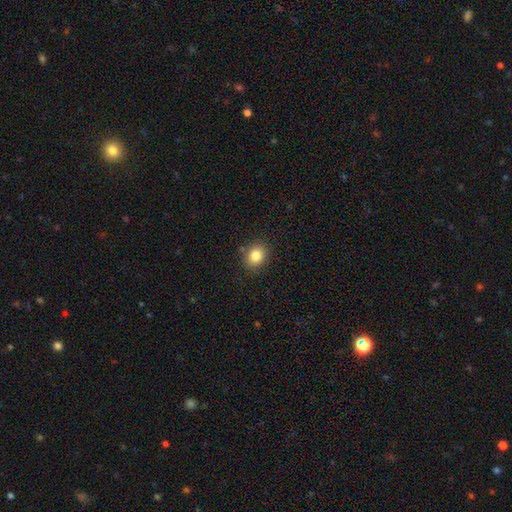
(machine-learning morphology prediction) This appears to be a smooth galaxy with no disk features (83%) that is round (60%). Merging: none (85%).